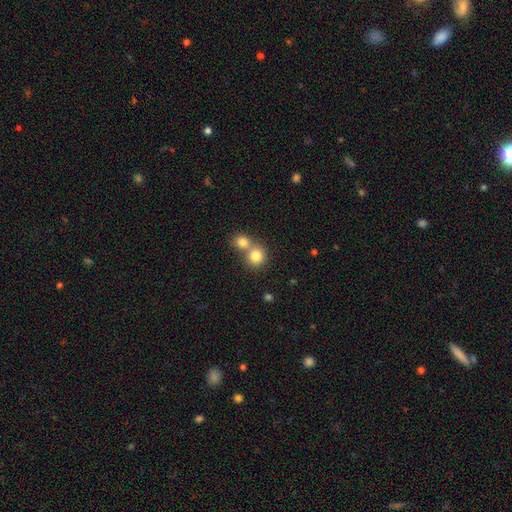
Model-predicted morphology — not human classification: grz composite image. It shows a smooth galaxy with no disk features (80%) that is round (85%). Merging: merger (53%).